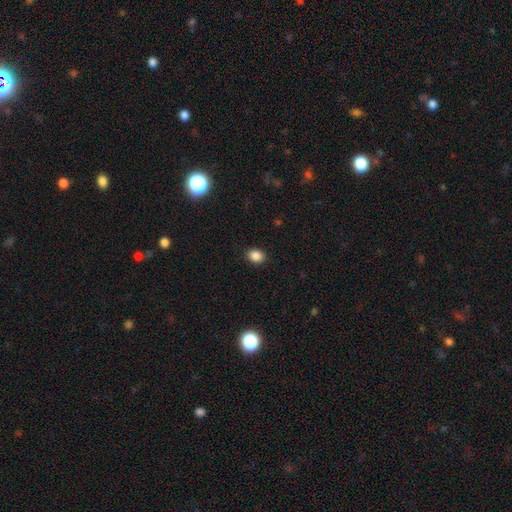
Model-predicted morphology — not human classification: Overall: smooth (86%). How rounded: in between (55%; round 44%). Merging: none (89%).